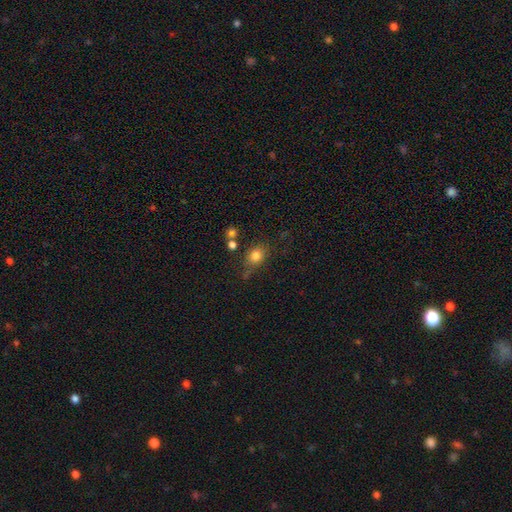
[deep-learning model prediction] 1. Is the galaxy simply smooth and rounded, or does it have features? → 79% smooth, 12% star or artifact, 8% featured or disk.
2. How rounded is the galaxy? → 54% round, 44% in between, 2% cigar-shaped.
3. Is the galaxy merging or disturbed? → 66% none, 19% minor disturbance, 9% merger, 7% major disturbance.